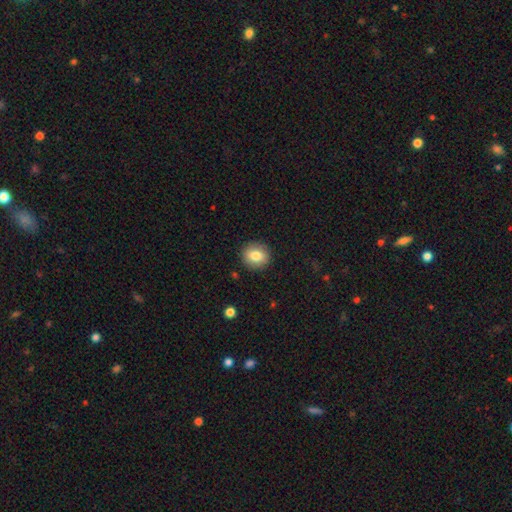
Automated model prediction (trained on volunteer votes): Smooth or featured? Predicted: smooth (p=0.80). How rounded? Predicted: round (p=0.81). Merging? Predicted: none (p=0.91).